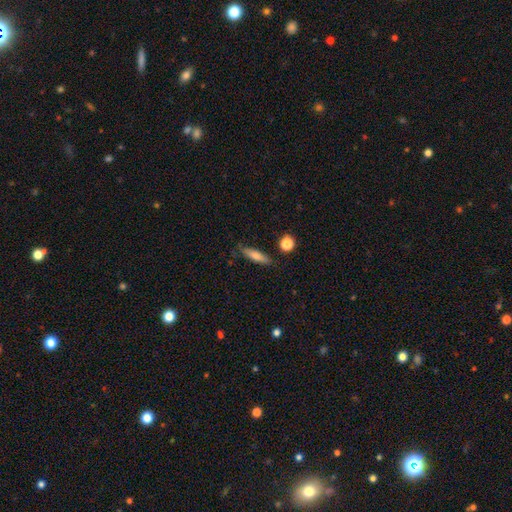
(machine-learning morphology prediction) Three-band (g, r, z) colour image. It shows a smooth galaxy with no disk features (68%) that is cigar-shaped (72%). Merging: none (81%).